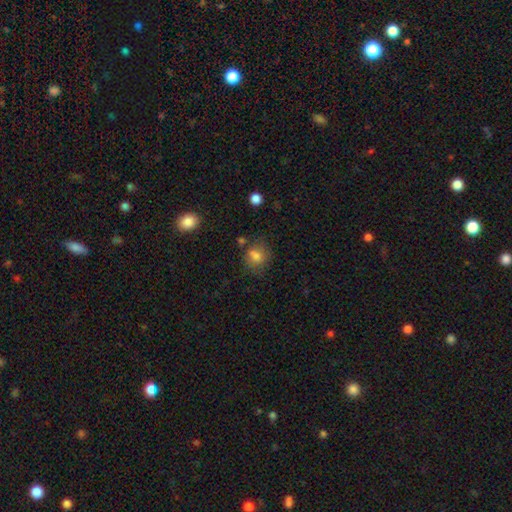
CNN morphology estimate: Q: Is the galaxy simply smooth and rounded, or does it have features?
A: smooth — 77%.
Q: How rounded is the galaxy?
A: round — 62%.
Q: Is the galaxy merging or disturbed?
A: none — 60%.